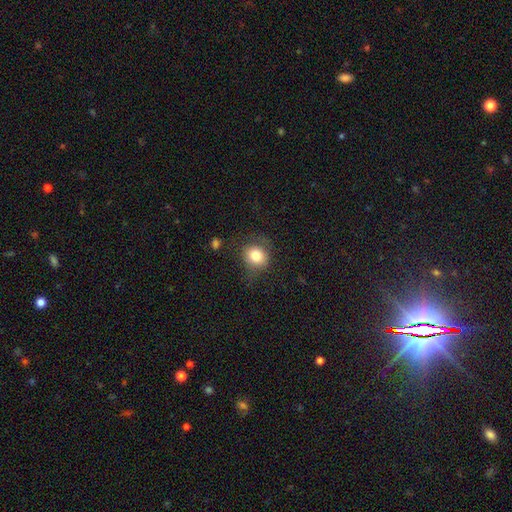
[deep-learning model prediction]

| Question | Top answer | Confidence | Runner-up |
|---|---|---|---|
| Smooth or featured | smooth | 80% | featured or disk (10%) |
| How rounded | round | 73% | in between (26%) |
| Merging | none | 69% | minor disturbance (20%) |